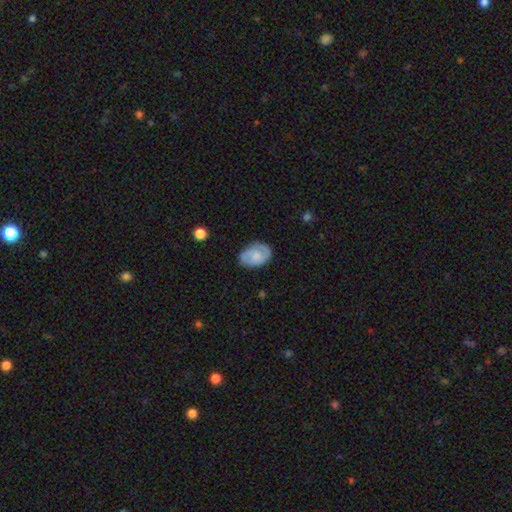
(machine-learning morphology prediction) Q: Smooth or featured?
A: featured or disk (55%); runner-up: smooth (38%)
Q: Edge-on disk?
A: no (97%); runner-up: yes (3%)
Q: Bar?
A: no (69%); runner-up: weak (27%)
Q: Spiral arms?
A: yes (82%); runner-up: no (18%)
Q: Bulge size?
A: small (33%); tied with: moderate (33%)
Q: Merging?
A: none (74%); runner-up: minor disturbance (19%)